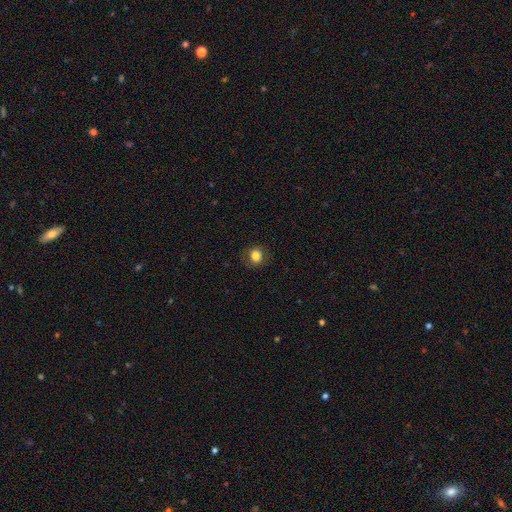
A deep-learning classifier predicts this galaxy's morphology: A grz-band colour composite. It shows a smooth galaxy with no disk features (81%) that is round (80%). Merging: none (85%).